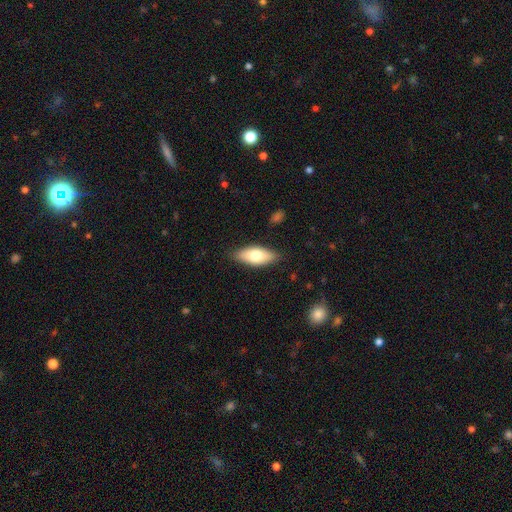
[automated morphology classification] smooth 70%, featured or disk 24%, star or artifact 6%. Down the decision tree: how rounded — in between (83%); merging — none (84%).